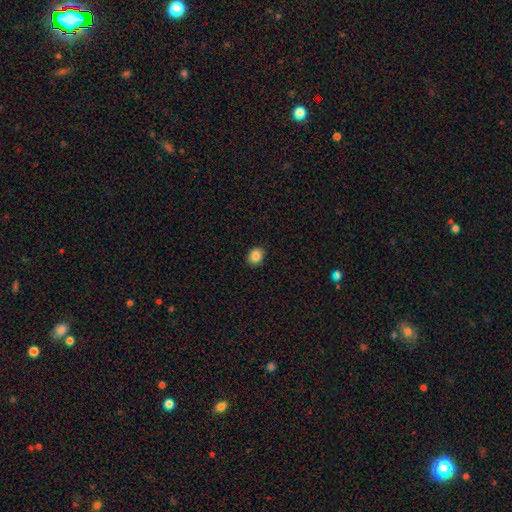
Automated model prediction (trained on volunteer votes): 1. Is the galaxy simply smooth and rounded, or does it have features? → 86% smooth, 9% star or artifact, 5% featured or disk.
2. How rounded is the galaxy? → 55% round, 44% in between, 1% cigar-shaped.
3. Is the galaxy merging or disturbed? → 89% none, 8% minor disturbance, 2% major disturbance, 1% merger.